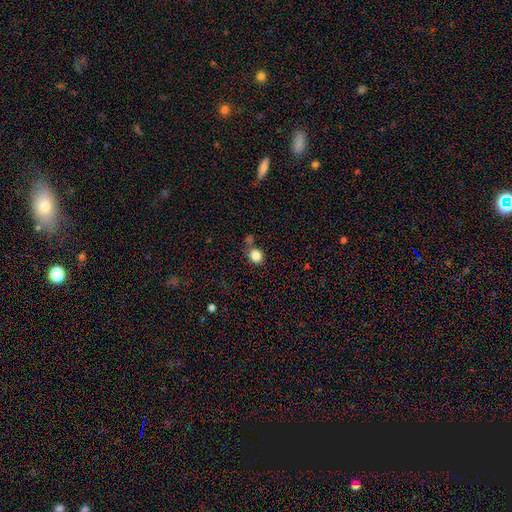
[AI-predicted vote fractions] Smooth or featured? Predicted: smooth (p=0.84). How rounded? Predicted: round (p=0.62). Merging? Predicted: none (p=0.68).